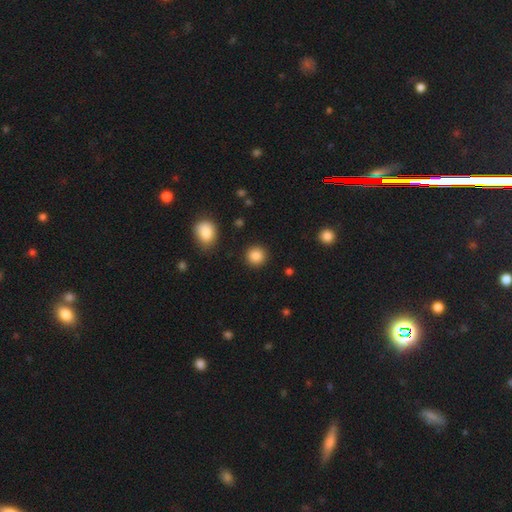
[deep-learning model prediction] A smooth galaxy with no disk features (87%) that is round (92%).

Vote fractions:
- Smooth or featured? smooth: 87% / star or artifact: 9% / featured or disk: 4%
- How rounded? round: 92% / in between: 7% / cigar-shaped: 1%
- Merging? none: 91% / minor disturbance: 5% / major disturbance: 2% / merger: 1%